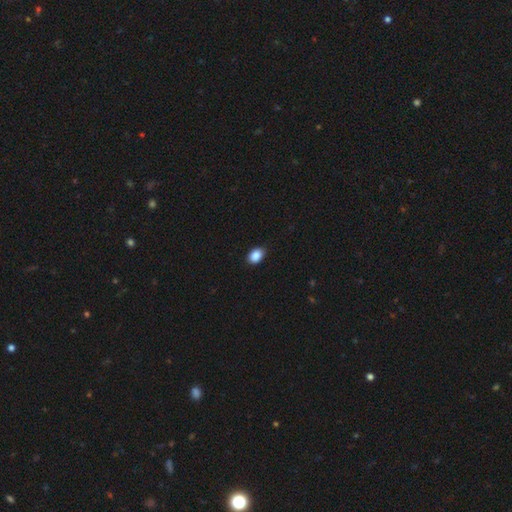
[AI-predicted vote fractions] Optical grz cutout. It shows a smooth galaxy with no disk features (89%) that is in between round and cigar-shaped (83%). Merging: none (86%).